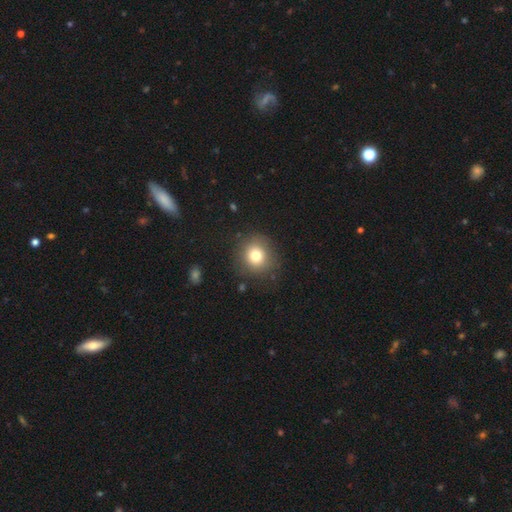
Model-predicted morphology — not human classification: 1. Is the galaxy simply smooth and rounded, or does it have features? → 79% smooth, 11% star or artifact, 10% featured or disk.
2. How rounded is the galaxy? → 88% round, 11% in between, 1% cigar-shaped.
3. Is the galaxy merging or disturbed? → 85% none, 10% minor disturbance, 4% major disturbance, 2% merger.